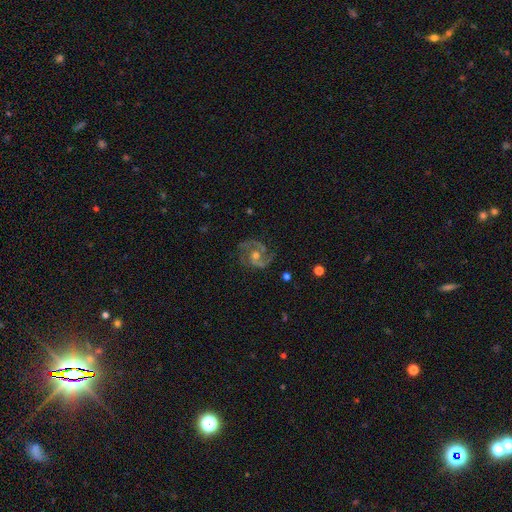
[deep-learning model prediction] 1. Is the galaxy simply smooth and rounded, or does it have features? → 88% featured or disk, 6% star or artifact, 6% smooth.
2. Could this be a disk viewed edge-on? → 98% no, 2% yes.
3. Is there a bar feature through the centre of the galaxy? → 56% no, 36% weak, 9% strong.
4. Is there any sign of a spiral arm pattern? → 97% yes, 3% no.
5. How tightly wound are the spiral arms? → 59% medium, 24% tight, 16% loose.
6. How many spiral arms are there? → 81% 2, 9% 3, 4% can't tell, 2% 1, 2% 4, 2% more than 4.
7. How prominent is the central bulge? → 66% moderate, 25% small, 6% large, 3% none, 1% dominant.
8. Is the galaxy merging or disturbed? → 75% none, 16% minor disturbance, 8% major disturbance, 2% merger.